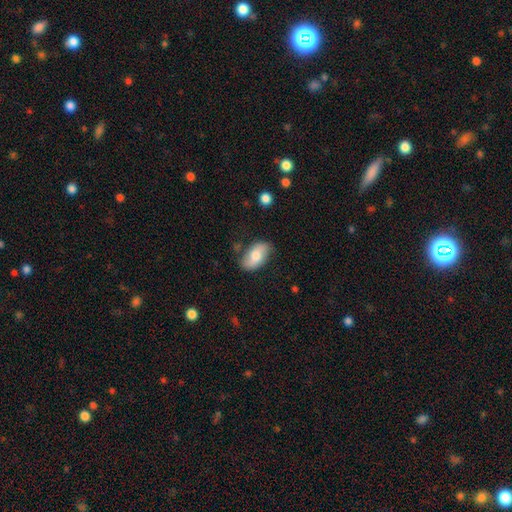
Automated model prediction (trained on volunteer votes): A smooth galaxy with no disk features (59%) that is in between round and cigar-shaped (92%).

Vote fractions:
- Smooth or featured? smooth: 59% / featured or disk: 35% / star or artifact: 6%
- How rounded? in between: 92% / round: 5% / cigar-shaped: 3%
- Merging? none: 75% / minor disturbance: 18% / major disturbance: 4% / merger: 2%